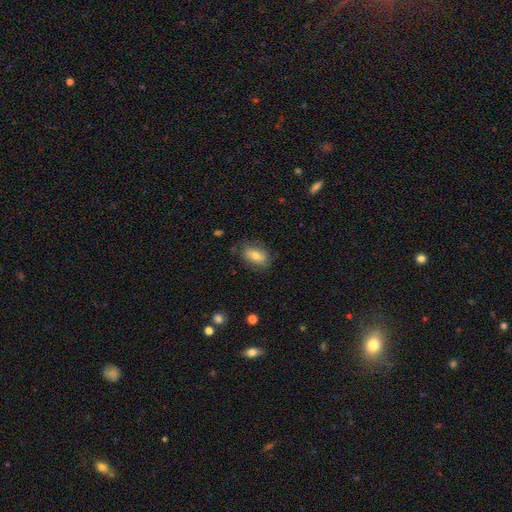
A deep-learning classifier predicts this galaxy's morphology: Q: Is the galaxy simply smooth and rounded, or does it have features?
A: smooth — 69%.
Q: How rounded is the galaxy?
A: in between — 84%.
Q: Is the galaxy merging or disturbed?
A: none — 74%.